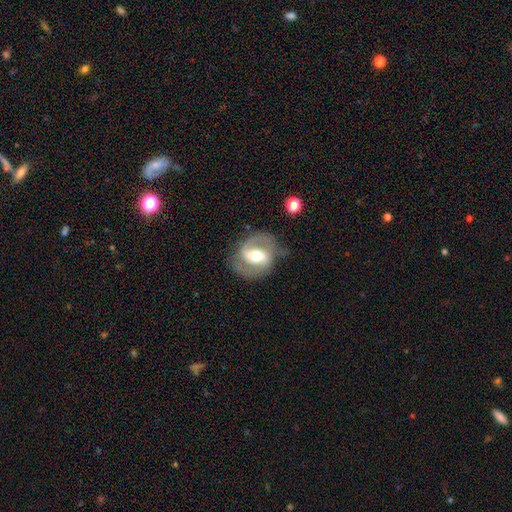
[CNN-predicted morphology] Smooth or featured: featured or disk — 84% (smooth — 11%)
Edge-on disk: no — 97% (yes — 3%)
Bar: strong — 43% (weak — 41%)
Spiral arms: yes — 92% (no — 8%)
Spiral winding: medium — 56% (tight — 24%)
Spiral arm count: 2 — 89% (can't tell — 4%)
Bulge size: moderate — 66% (large — 17%)
Merging: none — 73% (minor disturbance — 17%)